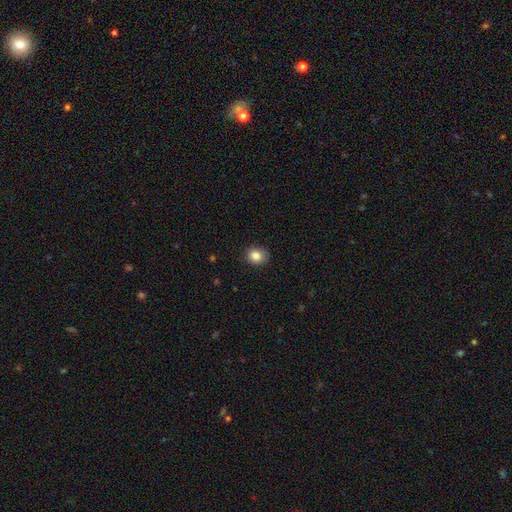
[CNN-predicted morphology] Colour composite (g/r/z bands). It shows a smooth galaxy with no disk features (86%) that is round (67%). Merging: none (84%).